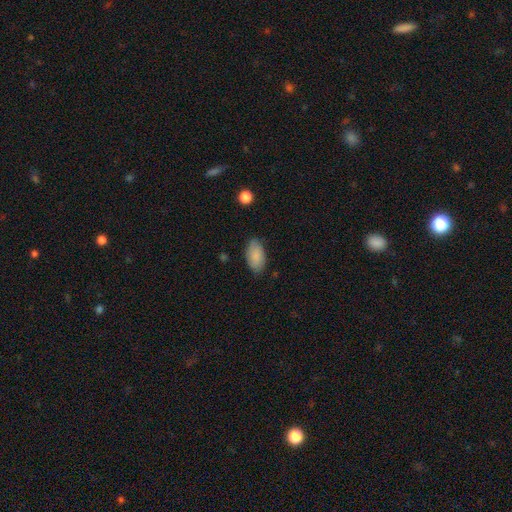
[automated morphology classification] Smooth or featured? smooth (86%)
How rounded? in between (94%)
Merging? none (80%)